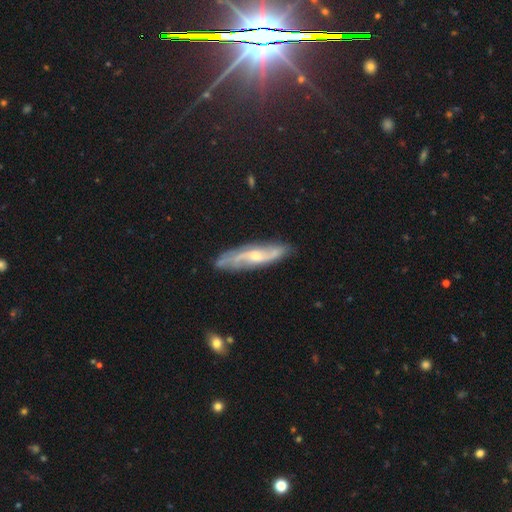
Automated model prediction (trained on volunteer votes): Overall: featured or disk (78%). Edge-on disk: no (71%). Bar: no (48%; weak 42%). Spiral arms: yes (94%). Spiral arm count: 2 (72%). Spiral winding: medium (41%; loose 39%). Bulge size: small (49%; moderate 45%). Merging: none (79%).